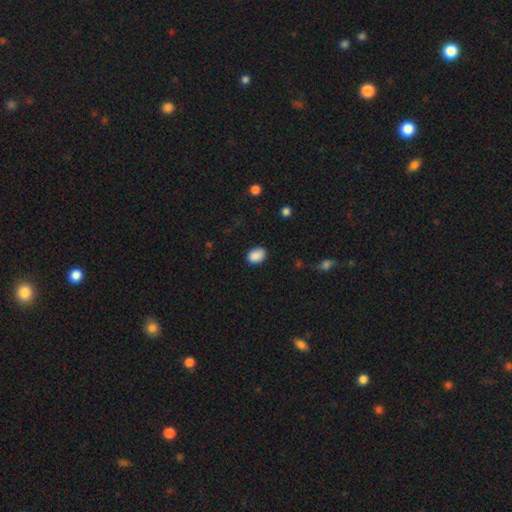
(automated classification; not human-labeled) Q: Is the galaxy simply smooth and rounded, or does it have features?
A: smooth — 89%.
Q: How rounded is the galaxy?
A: in between — 76%.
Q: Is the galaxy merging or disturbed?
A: none — 86%.